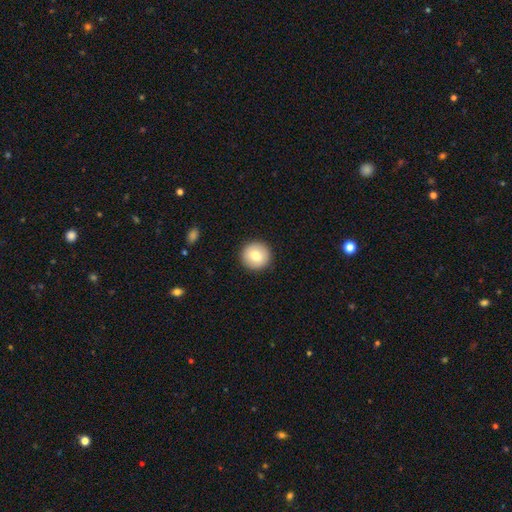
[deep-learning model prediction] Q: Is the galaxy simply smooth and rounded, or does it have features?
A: smooth — 78%.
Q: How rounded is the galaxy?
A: round — 95%.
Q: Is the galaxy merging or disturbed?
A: none — 92%.